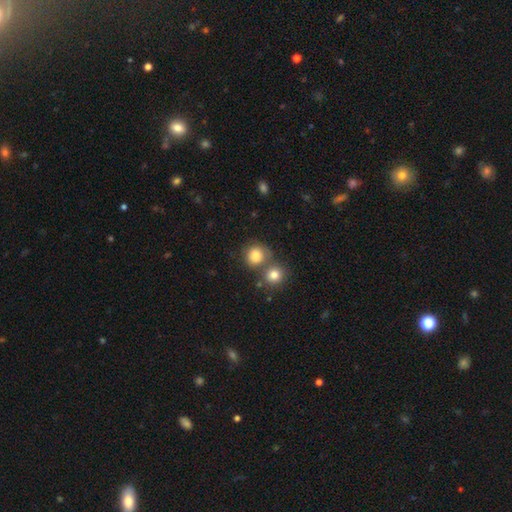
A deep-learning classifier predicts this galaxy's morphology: Smooth or featured? Predicted: smooth (p=0.82). How rounded? Predicted: round (p=0.83). Merging? Predicted: none (p=0.52).